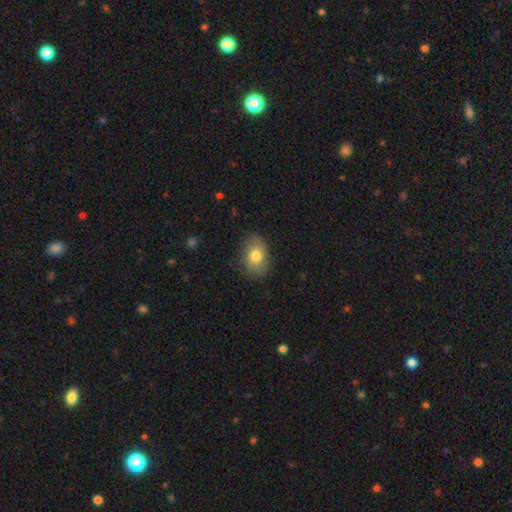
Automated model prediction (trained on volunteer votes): Morphology: type=smooth (77%); roundness=in between (77%); merging=none (81%).